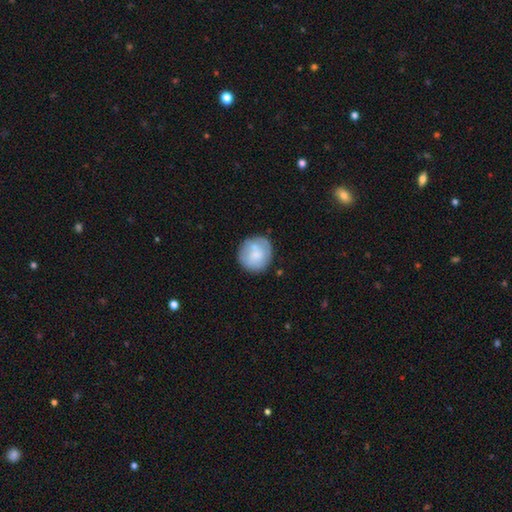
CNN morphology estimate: Smooth or featured? Predicted: smooth (p=0.67). How rounded? Predicted: round (p=0.89). Merging? Predicted: none (p=0.73).